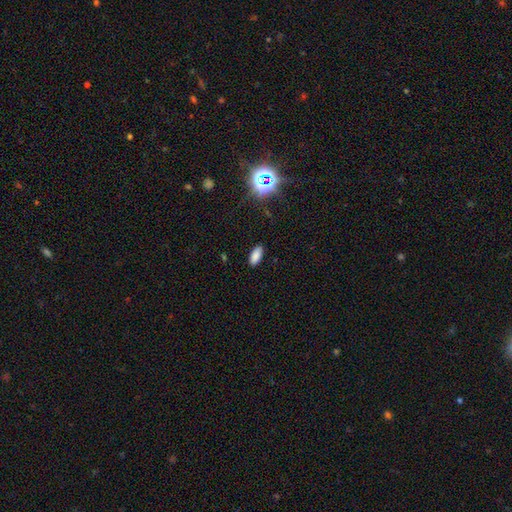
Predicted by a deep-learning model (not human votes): Q: Smooth or featured?
A: smooth (82%); runner-up: star or artifact (12%)
Q: How rounded?
A: in between (85%); runner-up: cigar-shaped (13%)
Q: Merging?
A: none (88%); runner-up: minor disturbance (9%)